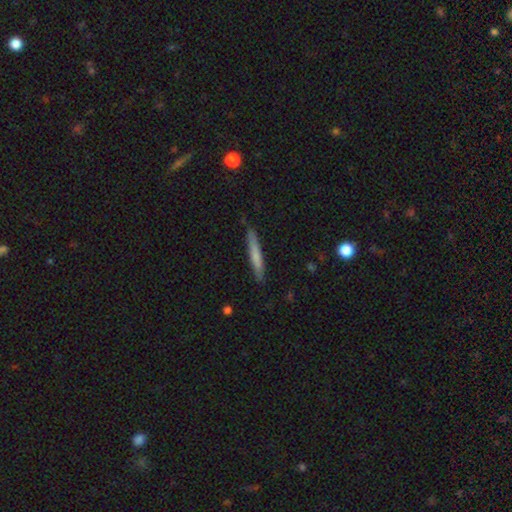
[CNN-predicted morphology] A smooth galaxy with no disk features (68%) that is cigar-shaped (95%). Merging: none (87%).